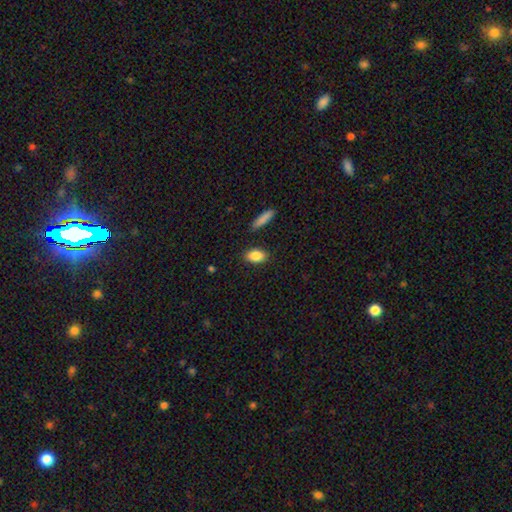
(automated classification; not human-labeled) smooth 86%, star or artifact 7%, featured or disk 6%. Down the decision tree: how rounded — in between (87%); merging — none (87%).